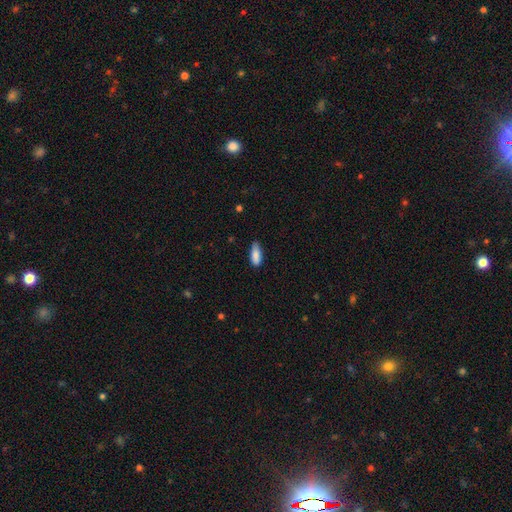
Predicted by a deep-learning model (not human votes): Smooth or featured? Predicted: smooth (p=0.87). How rounded? Predicted: in between (p=0.72). Merging? Predicted: none (p=0.74).